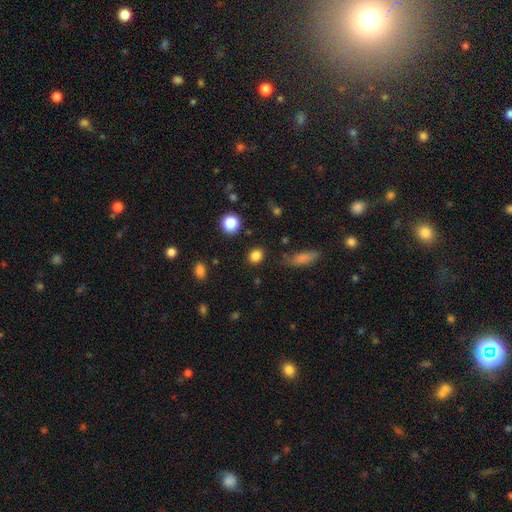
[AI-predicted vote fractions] smooth-or-featured: smooth: 84% | star or artifact: 12% | featured or disk: 4%
  how-rounded: round: 70% | in between: 28% | cigar-shaped: 2%
  merging: none: 86% | minor disturbance: 9% | major disturbance: 3% | merger: 2%